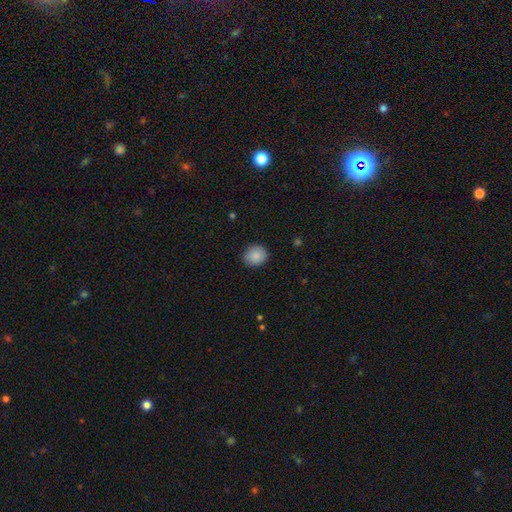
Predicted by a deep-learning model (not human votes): Smooth or featured? Predicted: smooth (p=0.88). How rounded? Predicted: round (p=0.80). Merging? Predicted: none (p=0.89).